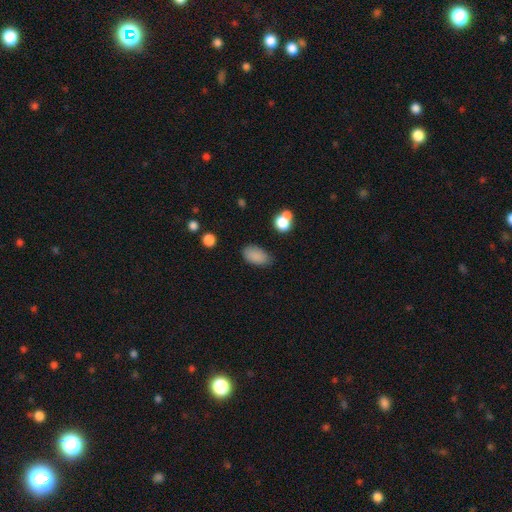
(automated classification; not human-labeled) smooth 86%, star or artifact 9%, featured or disk 5%. Down the decision tree: how rounded — in between (92%); merging — none (74%).